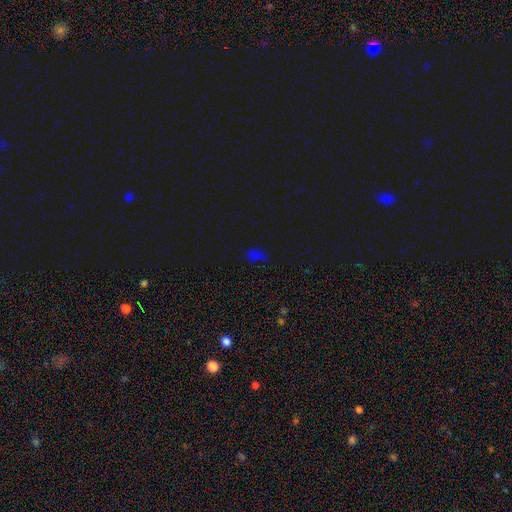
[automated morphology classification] This is possibly a smooth galaxy (48%). Merging: likely none (66%).